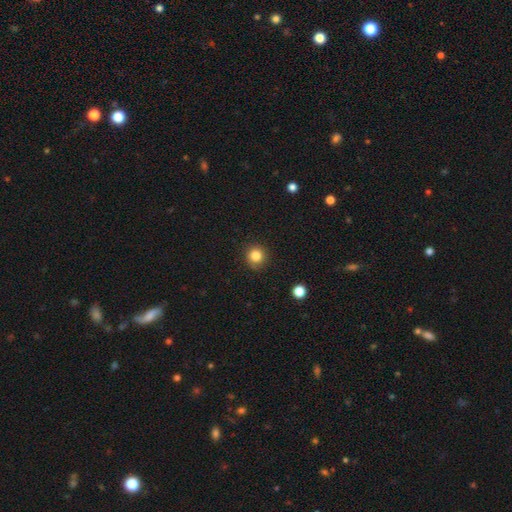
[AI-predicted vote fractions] Smooth or featured?
  - smooth: 83% *
  - star or artifact: 12%
  - featured or disk: 5%
How rounded?
  - round: 94% *
  - in between: 5%
  - cigar-shaped: 1%
Merging?
  - none: 91% *
  - minor disturbance: 6%
  - major disturbance: 2%
  - merger: 1%